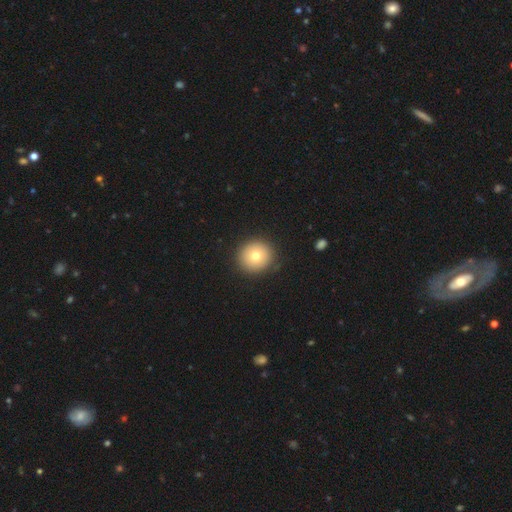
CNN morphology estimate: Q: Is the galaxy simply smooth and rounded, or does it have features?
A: smooth — 75%.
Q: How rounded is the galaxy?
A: round — 92%.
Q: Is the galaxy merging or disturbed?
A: none — 89%.